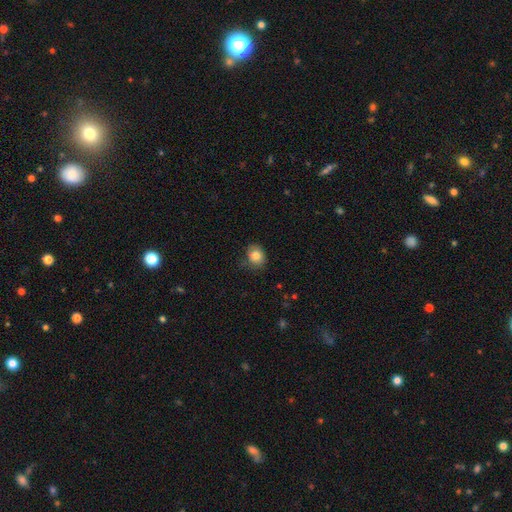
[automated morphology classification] A smooth galaxy with no disk features (83%) that is round (59%). Merging: none (71%).